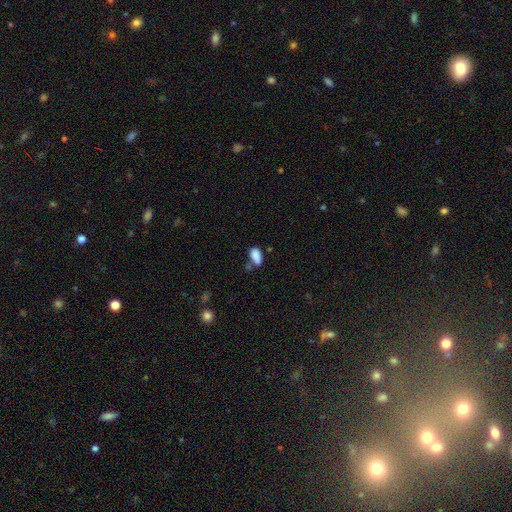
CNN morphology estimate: type=smooth (86%); roundness=in between (92%); merging=none (54%).